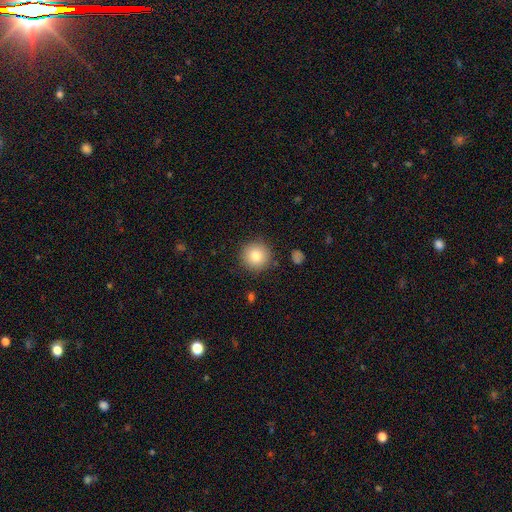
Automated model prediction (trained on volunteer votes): Smooth or featured? Predicted: smooth (p=0.82). How rounded? Predicted: round (p=0.95). Merging? Predicted: none (p=0.89).